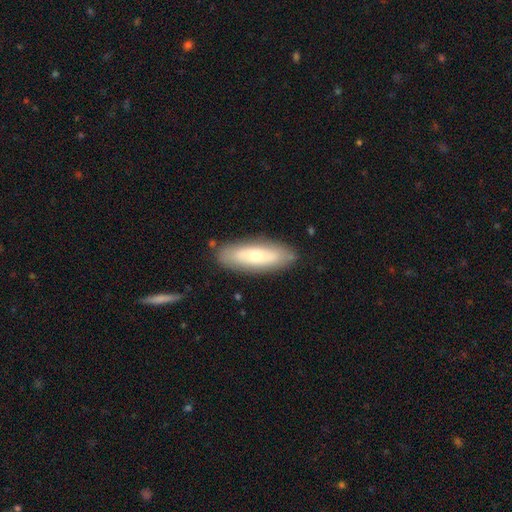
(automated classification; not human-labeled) A smooth galaxy with no disk features (53%) that is in between round and cigar-shaped (60%).

Vote fractions:
- Smooth or featured? smooth: 53% / featured or disk: 41% / star or artifact: 6%
- How rounded? in between: 60% / cigar-shaped: 38% / round: 2%
- Merging? none: 84% / minor disturbance: 12% / major disturbance: 3% / merger: 2%